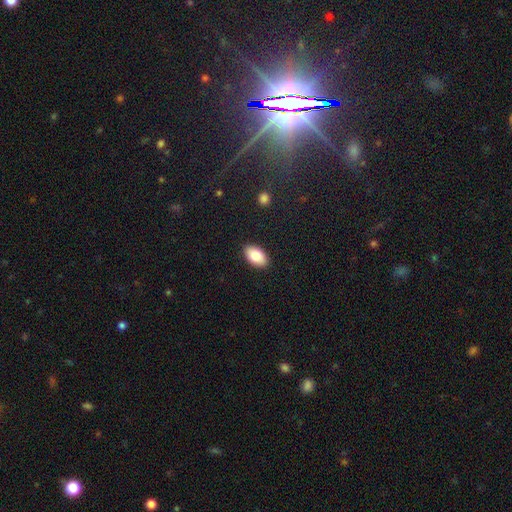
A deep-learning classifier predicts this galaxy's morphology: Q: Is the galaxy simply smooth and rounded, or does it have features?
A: smooth — 84%.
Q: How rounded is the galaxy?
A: in between — 94%.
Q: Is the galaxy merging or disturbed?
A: none — 89%.